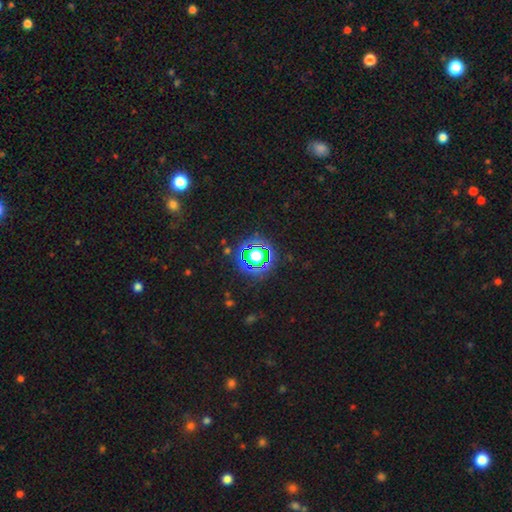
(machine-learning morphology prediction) A star or artifact, not a galaxy (60%).